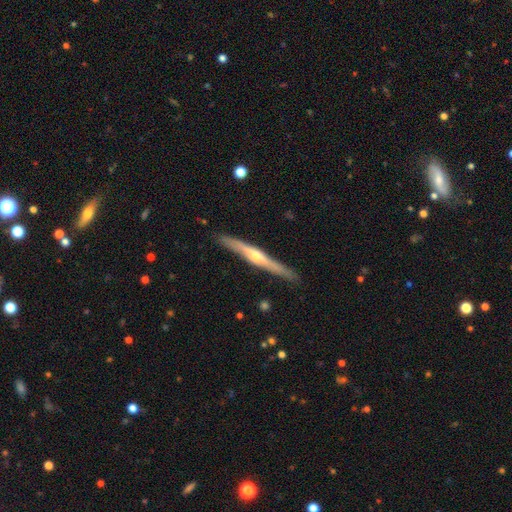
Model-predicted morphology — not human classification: A featured or disk galaxy (76%) viewed edge-on (97%) with a rounded central bulge (85%). Merging: none (90%).